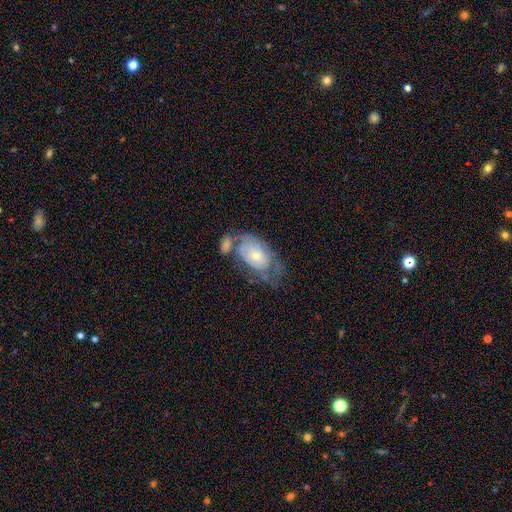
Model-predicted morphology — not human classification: Smooth or featured: featured or disk — 49% (smooth — 45%)
Merging: none — 28% (major disturbance — 26%)